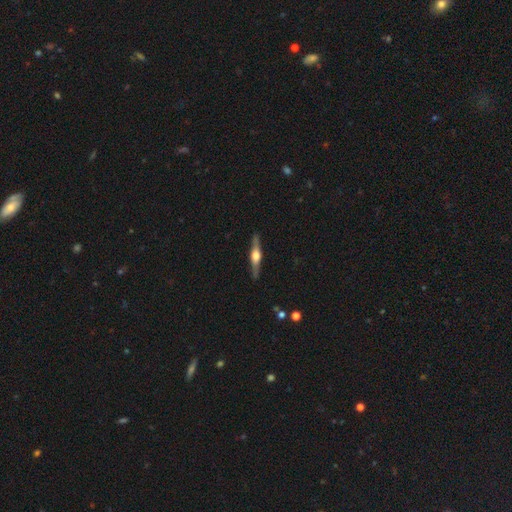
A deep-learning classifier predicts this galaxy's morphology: This is likely a featured or disk galaxy (74%). It is clearly viewed edge-on (97%). Edge-on bulge: clearly rounded (89%). Merging: clearly none (89%).